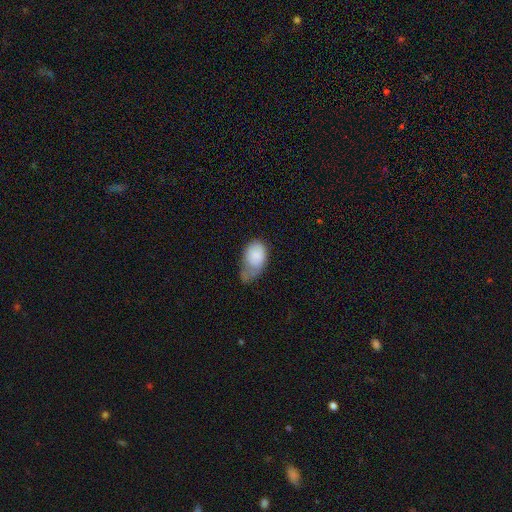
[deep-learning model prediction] Overall: smooth (80%). How rounded: in between (86%). Merging: minor disturbance (39%; major disturbance 35%).